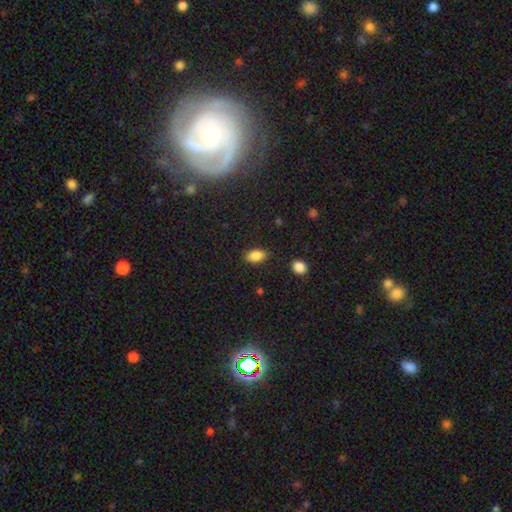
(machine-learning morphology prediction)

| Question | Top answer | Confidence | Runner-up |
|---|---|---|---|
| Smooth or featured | smooth | 85% | star or artifact (9%) |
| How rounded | in between | 89% | round (6%) |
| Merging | none | 83% | minor disturbance (12%) |